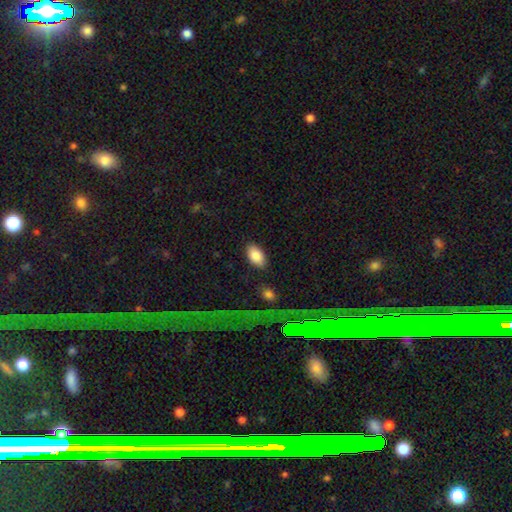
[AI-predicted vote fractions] Morphology: type=smooth (85%); roundness=in between (94%); merging=none (86%).